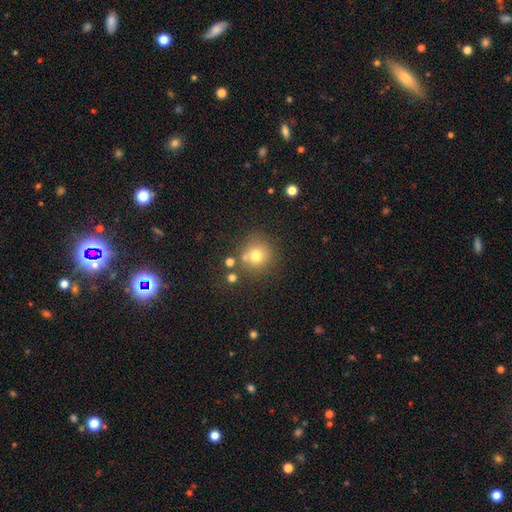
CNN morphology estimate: smooth_or_featured: smooth (p=0.75) [alt: star or artifact p=0.14]
how_rounded: round (p=0.92) [alt: in between p=0.07]
merging: none (p=0.72) [alt: merger p=0.12]